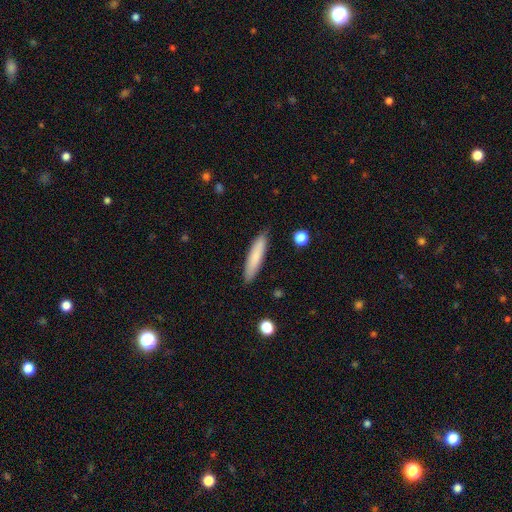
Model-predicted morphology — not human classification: smooth_or_featured: smooth (p=0.80) [alt: featured or disk p=0.14]
how_rounded: cigar-shaped (p=0.84) [alt: in between p=0.15]
merging: none (p=0.87) [alt: minor disturbance p=0.10]